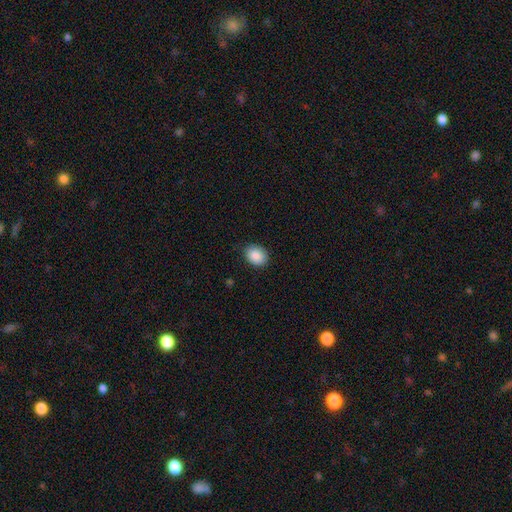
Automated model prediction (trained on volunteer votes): Overall: smooth (88%). How rounded: in between (58%; round 41%). Merging: none (85%).